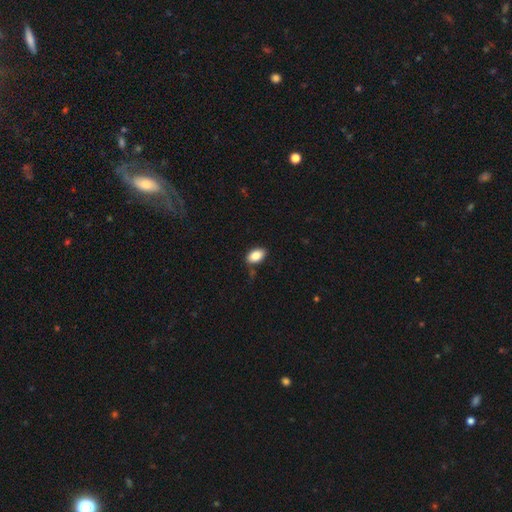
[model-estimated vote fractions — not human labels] A smooth galaxy with no disk features (87%) that is in between round and cigar-shaped (92%).

Vote fractions:
- Smooth or featured? smooth: 87% / star or artifact: 7% / featured or disk: 6%
- How rounded? in between: 92% / round: 6% / cigar-shaped: 2%
- Merging? none: 81% / minor disturbance: 14% / major disturbance: 3% / merger: 2%